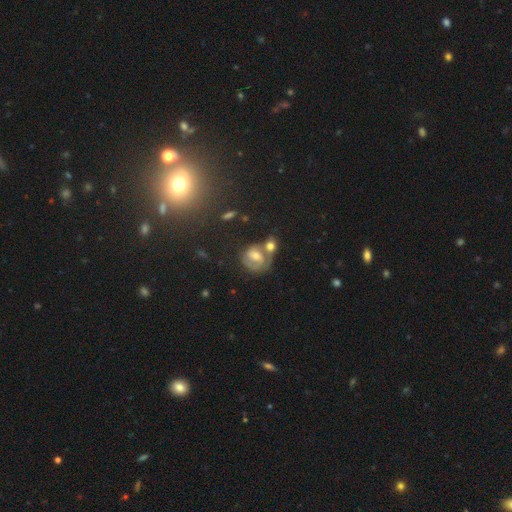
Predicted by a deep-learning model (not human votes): Smooth or featured?
  - featured or disk: 58% *
  - smooth: 29%
  - star or artifact: 12%
Edge-on disk?
  - no: 95% *
  - yes: 5%
Bar?
  - weak: 46% *
  - no: 37%
  - strong: 17%
Spiral arms?
  - yes: 71% *
  - no: 29%
Bulge size?
  - moderate: 65% *
  - small: 25%
  - large: 6%
  - none: 3%
  - dominant: 1%
Merging?
  - none: 42% *
  - merger: 36%
  - minor disturbance: 14%
  - major disturbance: 8%